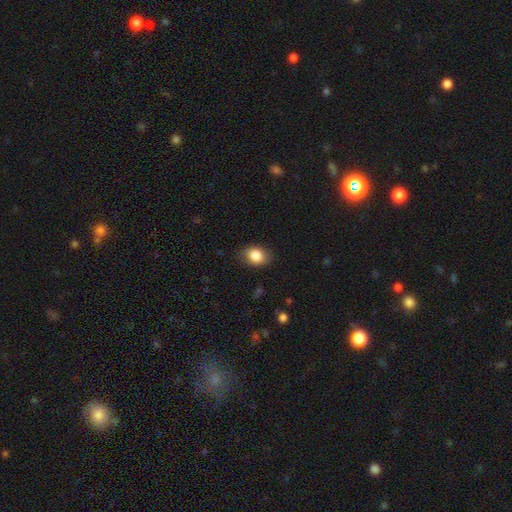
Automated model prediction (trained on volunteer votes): A smooth galaxy with no disk features (85%) that is in between round and cigar-shaped (66%).

Vote fractions:
- Smooth or featured? smooth: 85% / star or artifact: 8% / featured or disk: 7%
- How rounded? in between: 66% / round: 33% / cigar-shaped: 1%
- Merging? none: 82% / minor disturbance: 13% / major disturbance: 3% / merger: 1%